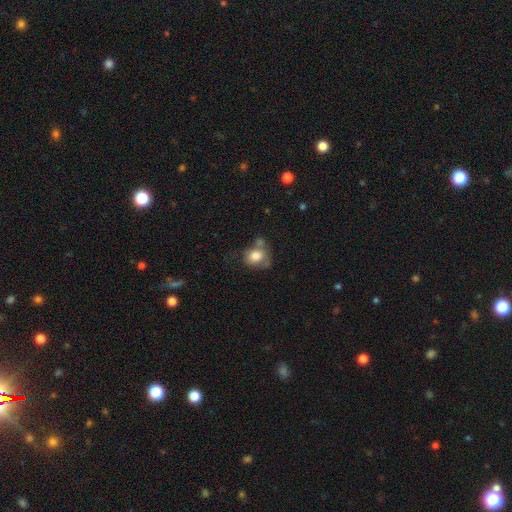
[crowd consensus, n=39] A smooth galaxy with no disk features (82%) that is in between round and cigar-shaped (59%). Merging: none (33%).